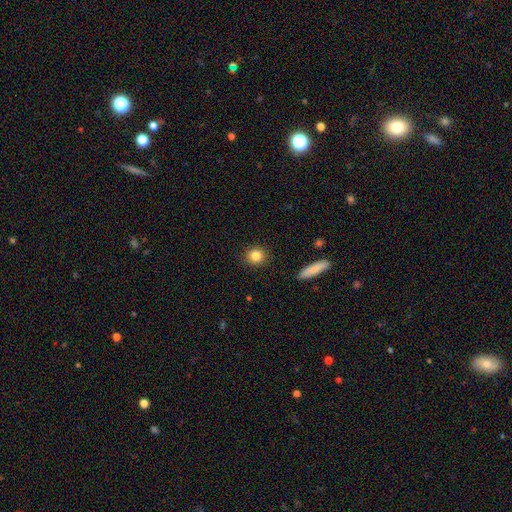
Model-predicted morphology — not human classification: Smooth or featured?
  - smooth: 84% *
  - star or artifact: 10%
  - featured or disk: 6%
How rounded?
  - round: 87% *
  - in between: 12%
  - cigar-shaped: 1%
Merging?
  - none: 91% *
  - minor disturbance: 6%
  - major disturbance: 2%
  - merger: 1%